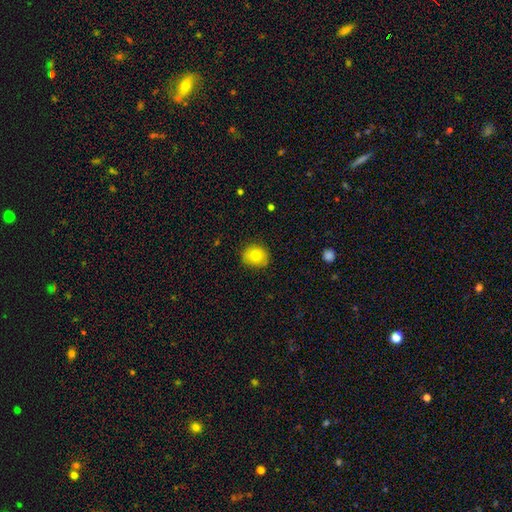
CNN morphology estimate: This is likely a smooth galaxy (78%). How rounded: likely round (77%). Merging: clearly none (85%).